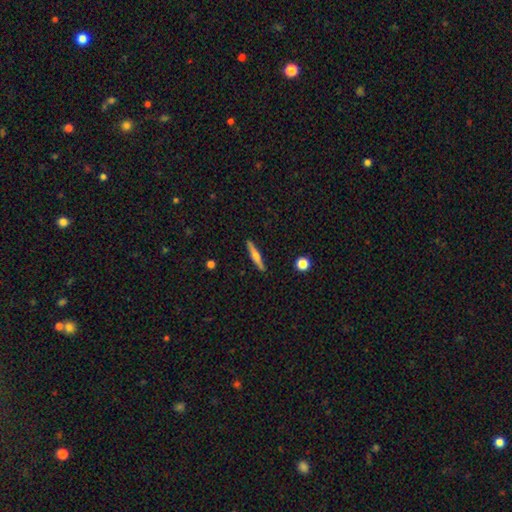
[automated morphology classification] Smooth or featured? featured or disk (53%)
Edge-on disk? yes (97%)
Edge-on bulge? rounded (84%)
Merging? none (90%)